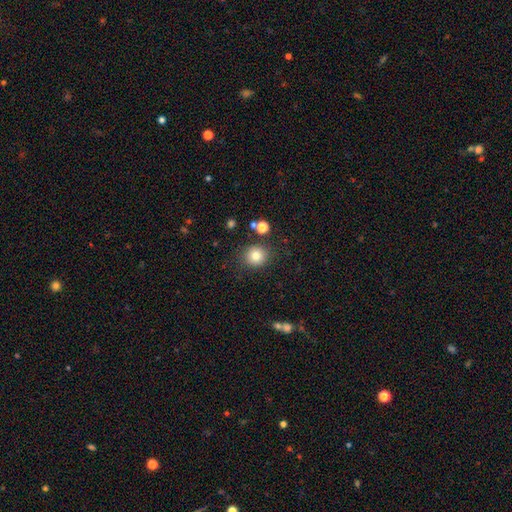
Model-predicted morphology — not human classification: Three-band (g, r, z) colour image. It shows a smooth galaxy with no disk features (81%) that is round (88%). Merging: none (84%).